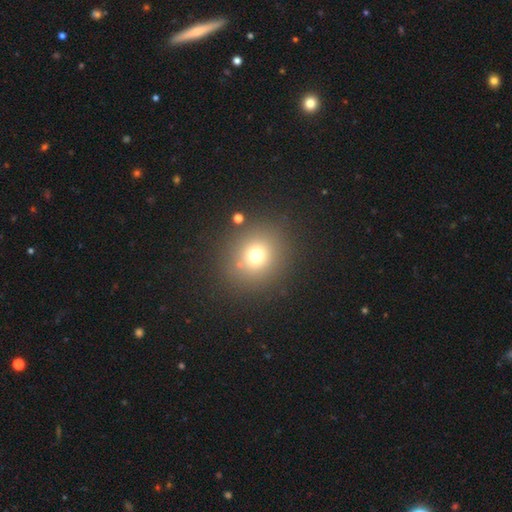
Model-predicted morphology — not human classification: Q: Smooth or featured?
A: smooth (71%); runner-up: star or artifact (18%)
Q: How rounded?
A: round (84%); runner-up: in between (15%)
Q: Merging?
A: none (85%); runner-up: minor disturbance (8%)